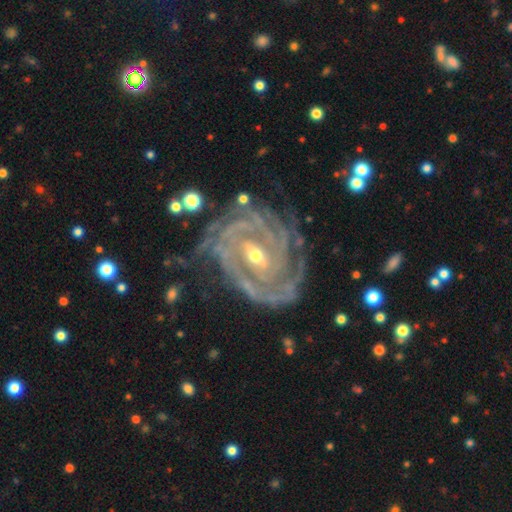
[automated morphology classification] Q: Smooth or featured?
A: featured or disk (93%); runner-up: star or artifact (4%)
Q: Edge-on disk?
A: no (97%); runner-up: yes (3%)
Q: Bar?
A: weak (39%); runner-up: no (34%)
Q: Spiral arms?
A: yes (98%); runner-up: no (2%)
Q: Spiral winding?
A: tight (80%); runner-up: medium (17%)
Q: Spiral arm count?
A: 4 (25%); runner-up: 3 (22%)
Q: Bulge size?
A: small (53%); runner-up: moderate (44%)
Q: Merging?
A: none (69%); runner-up: minor disturbance (20%)